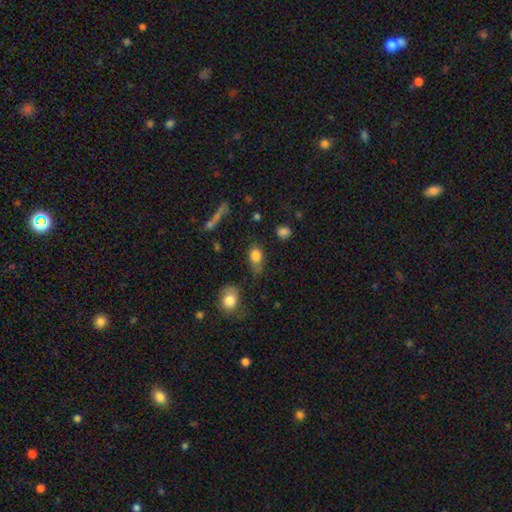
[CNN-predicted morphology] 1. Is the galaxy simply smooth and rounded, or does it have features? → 80% smooth, 11% star or artifact, 9% featured or disk.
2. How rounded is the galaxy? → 66% in between, 30% round, 4% cigar-shaped.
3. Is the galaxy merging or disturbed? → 52% none, 28% minor disturbance, 12% major disturbance, 8% merger.